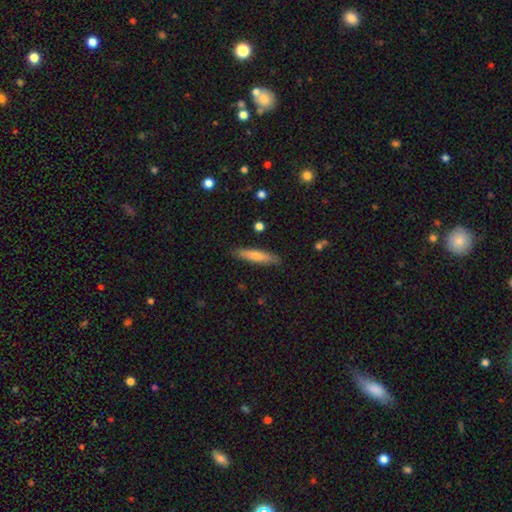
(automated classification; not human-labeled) The model was most divided on "smooth or featured": smooth: 66%, featured or disk: 28%, star or artifact: 6%. More confident: merging — none (88%); how rounded — cigar-shaped (84%).